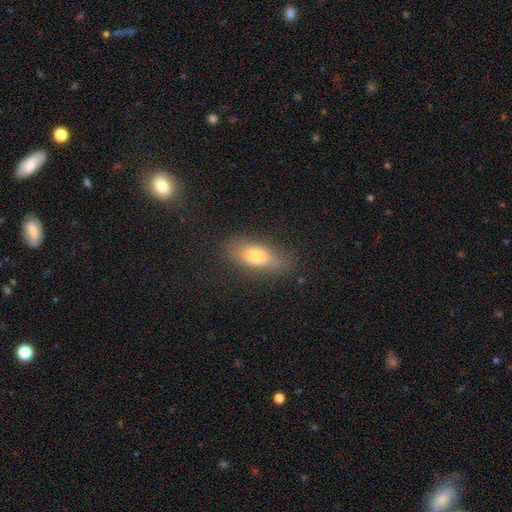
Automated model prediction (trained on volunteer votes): This is likely a smooth galaxy (72%). How rounded: likely in between (74%). Merging: likely none (76%).